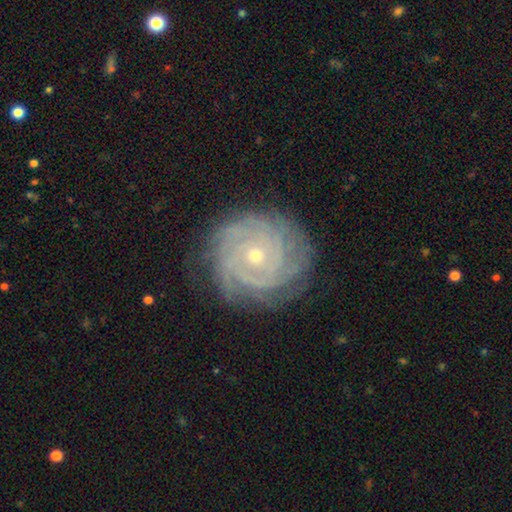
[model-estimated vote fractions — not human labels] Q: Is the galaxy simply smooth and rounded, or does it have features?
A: featured or disk — 87%.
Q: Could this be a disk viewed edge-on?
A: no — 97%.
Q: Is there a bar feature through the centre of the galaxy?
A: no — 78%.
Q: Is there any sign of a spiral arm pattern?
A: yes — 97%.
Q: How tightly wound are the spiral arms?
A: tight — 84%.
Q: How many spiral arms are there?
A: can't tell — 27%.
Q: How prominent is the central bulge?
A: small — 65%.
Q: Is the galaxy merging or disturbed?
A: none — 79%.